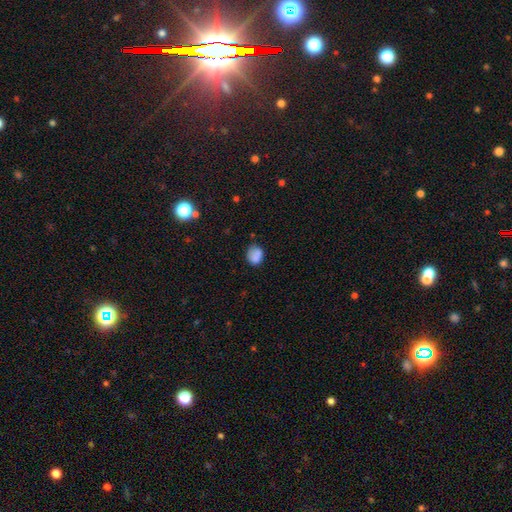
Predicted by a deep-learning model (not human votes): The model was most divided on "how rounded": round: 53%, in between: 46%, cigar-shaped: 1%. More confident: smooth or featured — smooth (81%); merging — none (61%).